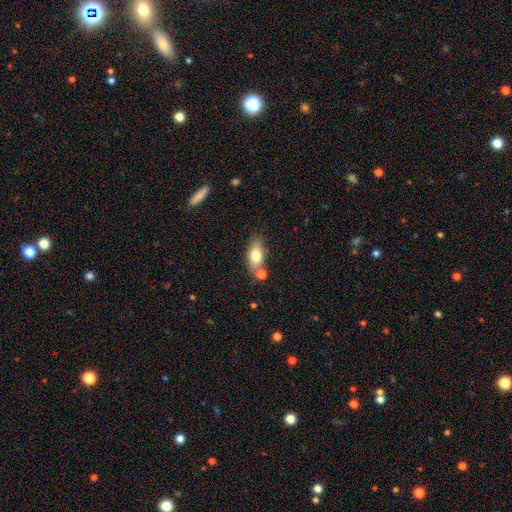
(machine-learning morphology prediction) Q: Smooth or featured?
A: smooth (75%); runner-up: featured or disk (17%)
Q: How rounded?
A: in between (84%); runner-up: cigar-shaped (9%)
Q: Merging?
A: none (60%); runner-up: merger (20%)